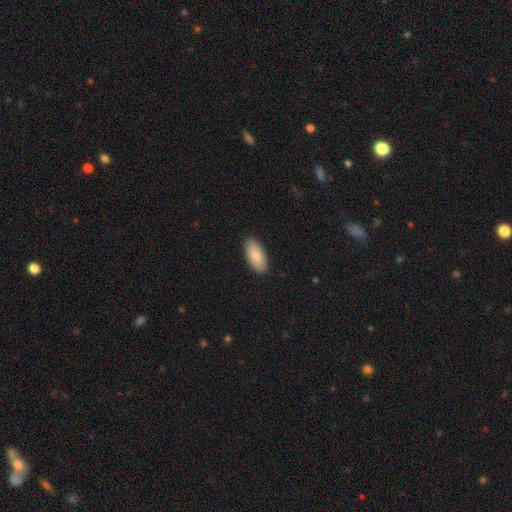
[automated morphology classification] Smooth or featured? smooth (84%)
How rounded? in between (92%)
Merging? none (89%)